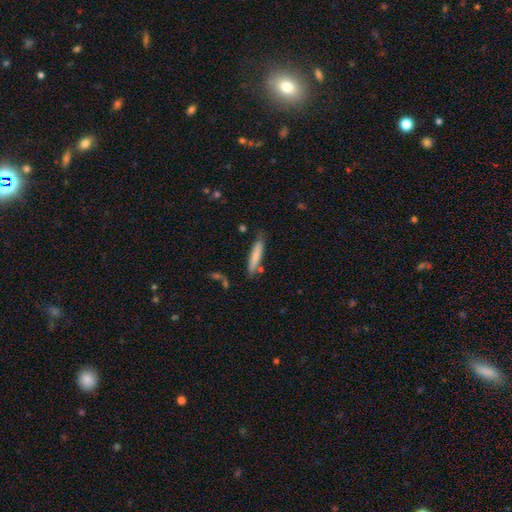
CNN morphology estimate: A smooth galaxy with no disk features (78%) that is cigar-shaped (87%).

Vote fractions:
- Smooth or featured? smooth: 78% / featured or disk: 16% / star or artifact: 6%
- How rounded? cigar-shaped: 87% / in between: 12% / round: 1%
- Merging? none: 76% / minor disturbance: 16% / merger: 5% / major disturbance: 3%